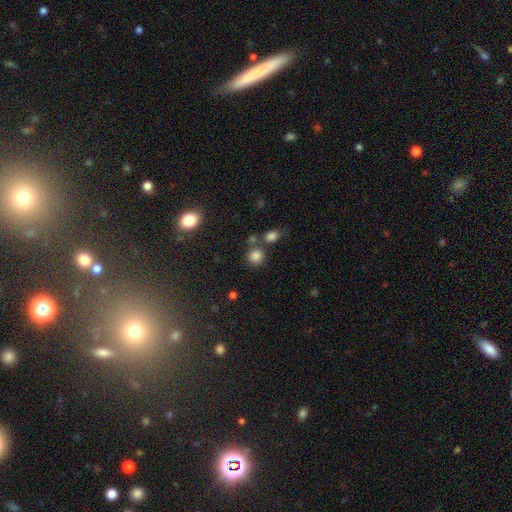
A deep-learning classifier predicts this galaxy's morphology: Overall: smooth (83%). How rounded: round (83%). Merging: none (67%).